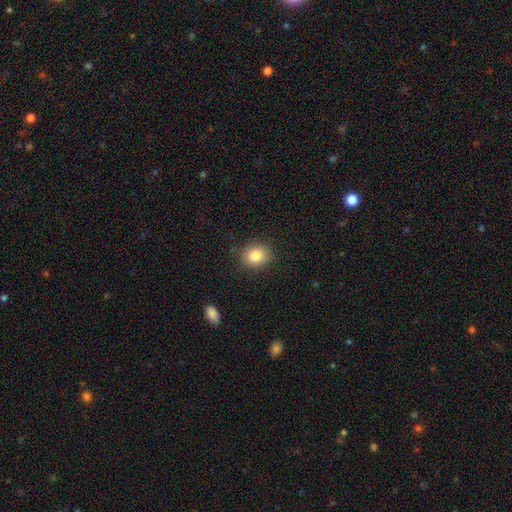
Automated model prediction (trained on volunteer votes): Smooth or featured: smooth — 82% (star or artifact — 10%)
How rounded: round — 62% (in between — 37%)
Merging: none — 87% (minor disturbance — 9%)